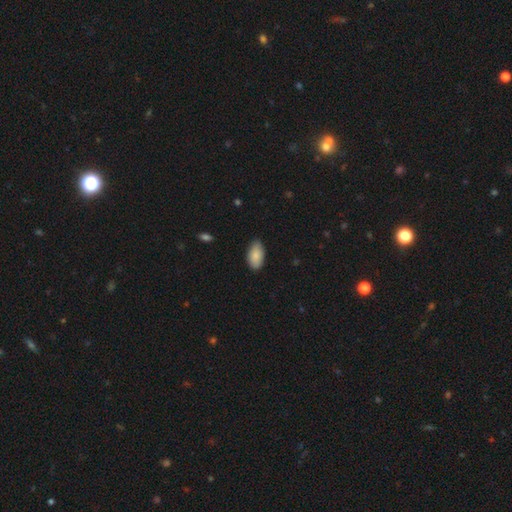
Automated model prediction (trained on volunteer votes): The model was most divided on "merging": none: 82%, minor disturbance: 15%, major disturbance: 2%, merger: 1%. More confident: how rounded — in between (95%); smooth or featured — smooth (86%).